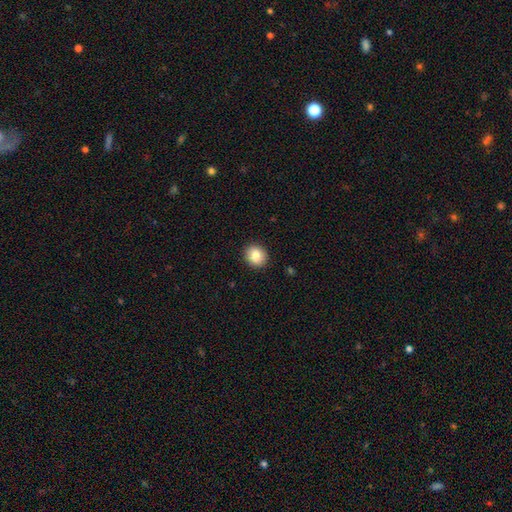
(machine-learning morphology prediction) smooth 83%, star or artifact 9%, featured or disk 8%. Down the decision tree: how rounded — round (76%); merging — none (91%).